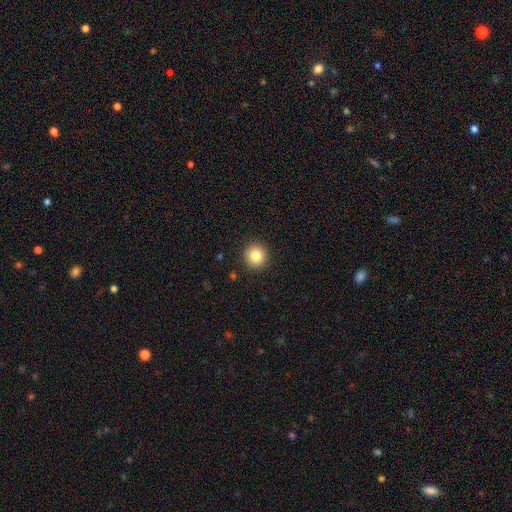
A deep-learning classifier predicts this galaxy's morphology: Smooth or featured: smooth — 83% (star or artifact — 10%)
How rounded: round — 94% (in between — 5%)
Merging: none — 92% (minor disturbance — 5%)